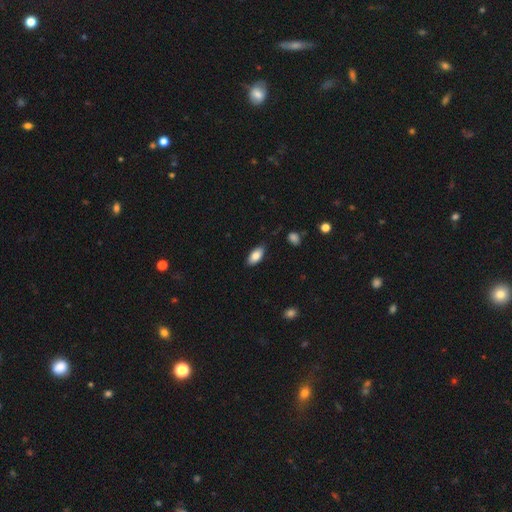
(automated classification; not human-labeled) Smooth or featured? Predicted: smooth (p=0.83). How rounded? Predicted: in between (p=0.91). Merging? Predicted: none (p=0.84).